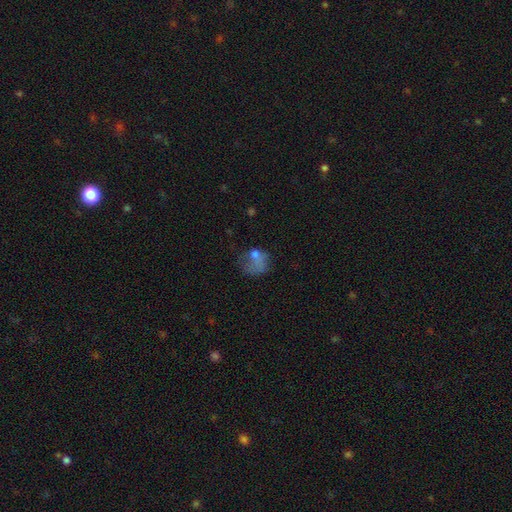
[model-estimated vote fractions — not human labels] smooth_or_featured: smooth (p=0.63) [alt: featured or disk p=0.24]
how_rounded: round (p=0.53) [alt: in between p=0.46]
merging: major disturbance (p=0.42) [alt: none p=0.27]